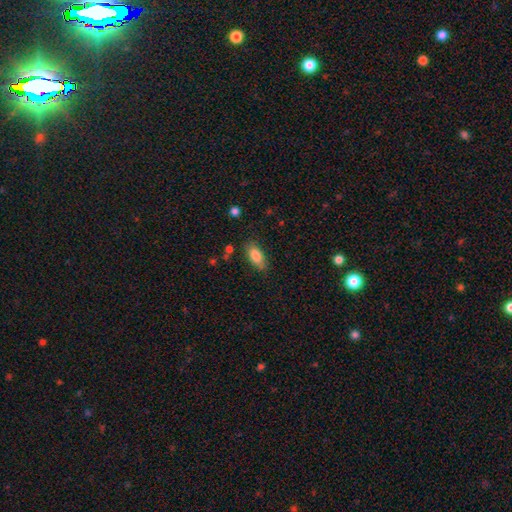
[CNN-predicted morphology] A smooth galaxy with no disk features (82%) that is in between round and cigar-shaped (83%). Merging: none (79%).